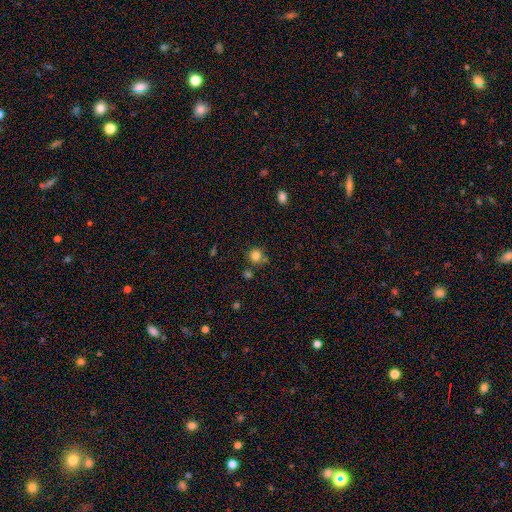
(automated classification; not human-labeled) Morphology: type=smooth (81%); roundness=round (91%); merging=none (73%).